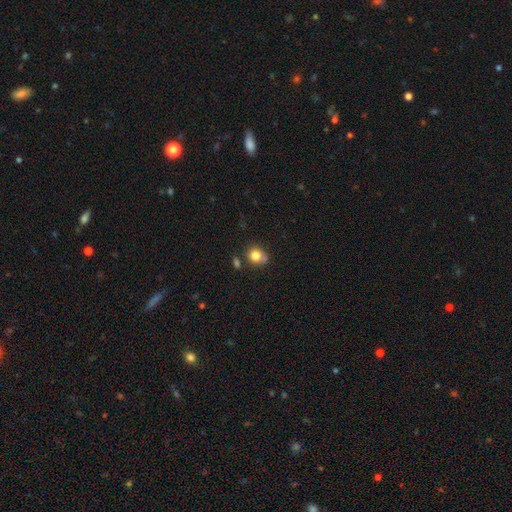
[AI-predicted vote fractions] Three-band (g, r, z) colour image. It shows a smooth galaxy with no disk features (81%) that is round (77%). Merging: none (62%).